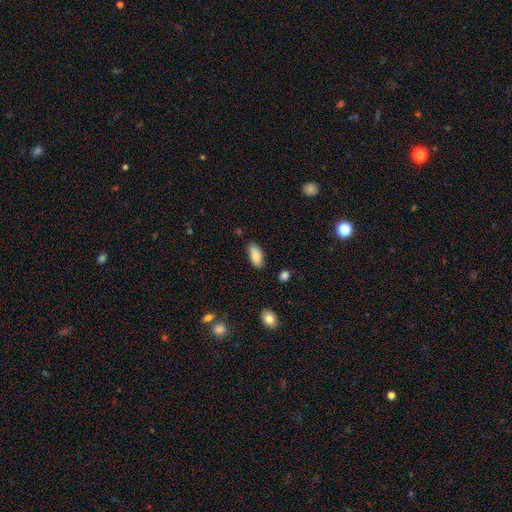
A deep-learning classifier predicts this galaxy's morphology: Smooth or featured? Predicted: smooth (p=0.84). How rounded? Predicted: in between (p=0.92). Merging? Predicted: none (p=0.75).